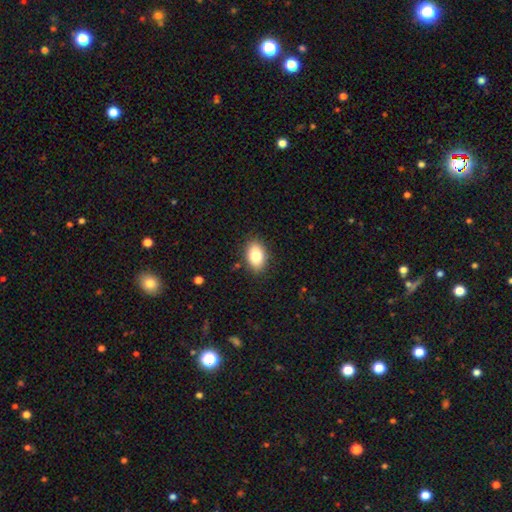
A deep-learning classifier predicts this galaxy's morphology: Overall: smooth (81%). How rounded: in between (86%). Merging: none (87%).